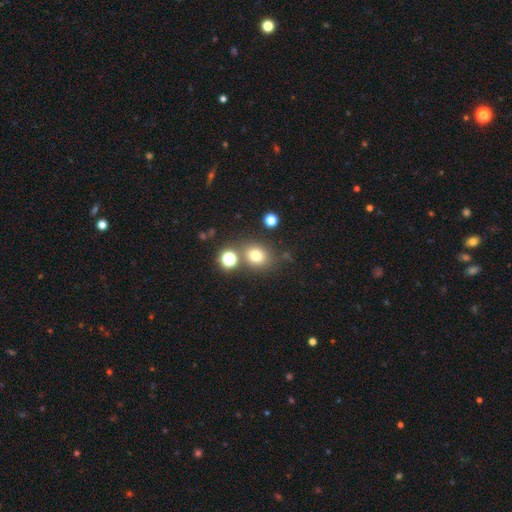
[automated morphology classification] Smooth or featured?
  - smooth: 75% *
  - star or artifact: 17%
  - featured or disk: 9%
How rounded?
  - round: 70% *
  - in between: 29%
  - cigar-shaped: 1%
Merging?
  - none: 73% *
  - merger: 12%
  - minor disturbance: 11%
  - major disturbance: 4%